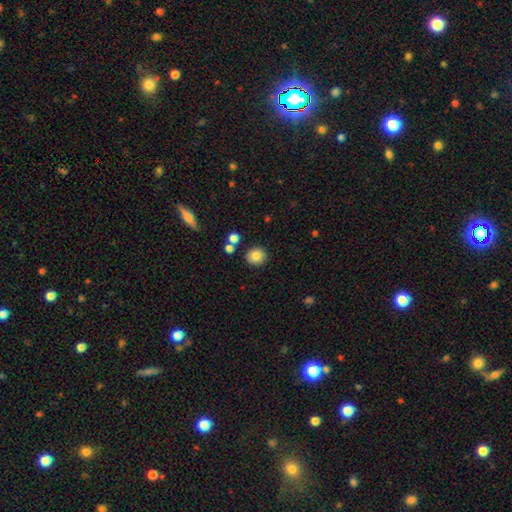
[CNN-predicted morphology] smooth_or_featured: smooth (p=0.83) [alt: star or artifact p=0.10]
how_rounded: round (p=0.87) [alt: in between p=0.12]
merging: none (p=0.83) [alt: minor disturbance p=0.08]